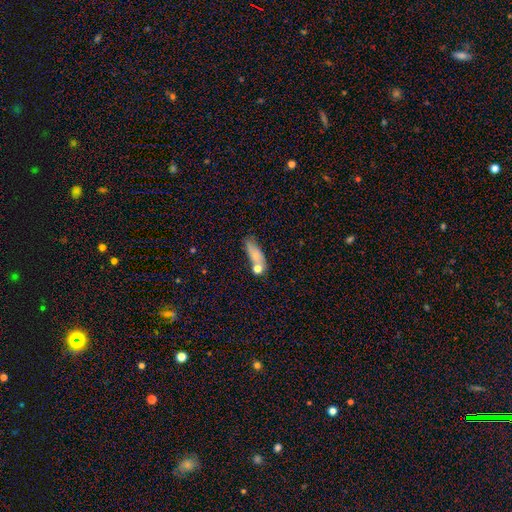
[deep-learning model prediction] The model was most divided on "how rounded": in between: 56%, cigar-shaped: 37%, round: 7%. Remaining: smooth or featured — smooth (75%); merging — none (50%).